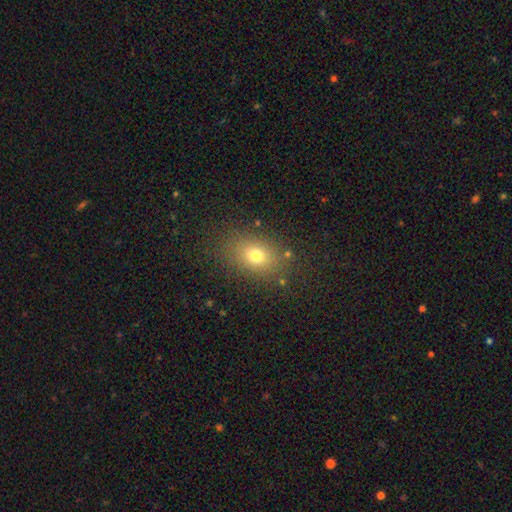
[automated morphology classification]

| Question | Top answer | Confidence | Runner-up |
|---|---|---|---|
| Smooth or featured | smooth | 74% | star or artifact (15%) |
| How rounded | in between | 68% | round (30%) |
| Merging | none | 82% | minor disturbance (11%) |